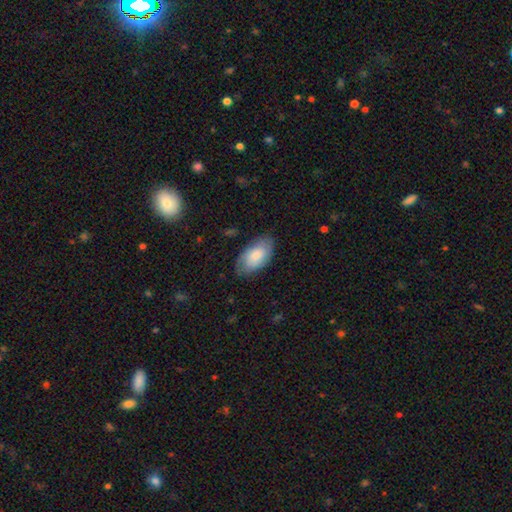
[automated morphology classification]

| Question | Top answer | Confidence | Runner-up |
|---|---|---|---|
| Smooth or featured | smooth | 75% | featured or disk (19%) |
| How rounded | in between | 95% | round (3%) |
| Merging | none | 74% | minor disturbance (20%) |